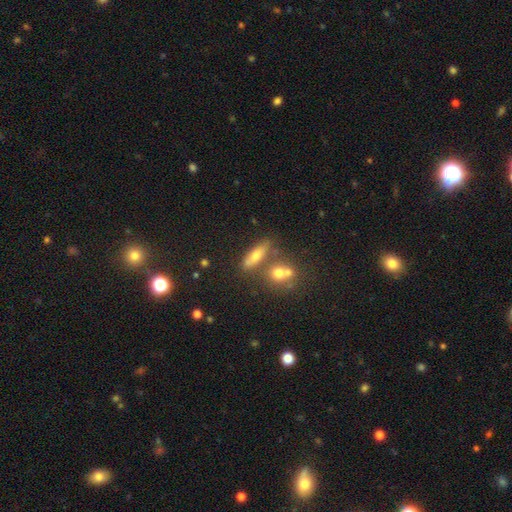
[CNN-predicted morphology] smooth 56%, featured or disk 29%, star or artifact 15%. Down the decision tree: how rounded — in between (49%); merging — none (57%).